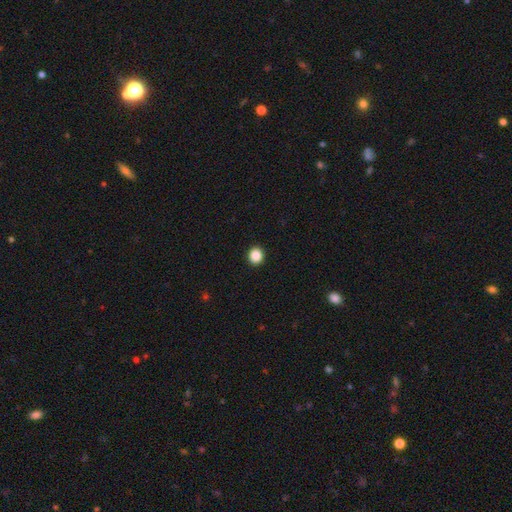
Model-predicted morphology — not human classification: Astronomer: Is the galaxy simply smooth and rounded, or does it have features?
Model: smooth — 87%.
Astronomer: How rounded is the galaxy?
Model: round — 86%.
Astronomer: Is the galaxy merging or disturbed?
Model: none — 94%.